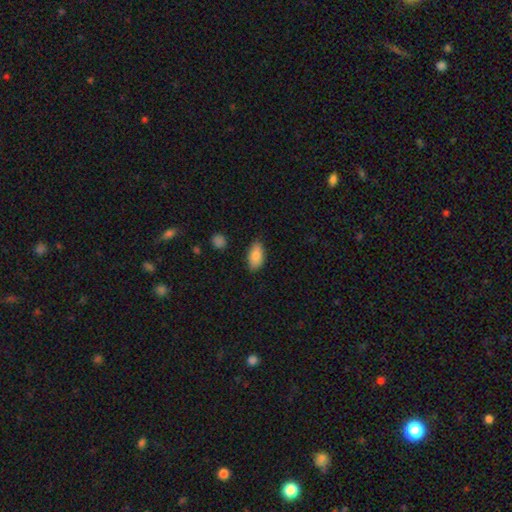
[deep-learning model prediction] A smooth galaxy with no disk features (83%) that is in between round and cigar-shaped (92%).

Vote fractions:
- Smooth or featured? smooth: 83% / featured or disk: 10% / star or artifact: 7%
- How rounded? in between: 92% / round: 4% / cigar-shaped: 4%
- Merging? none: 80% / minor disturbance: 16% / major disturbance: 3% / merger: 1%